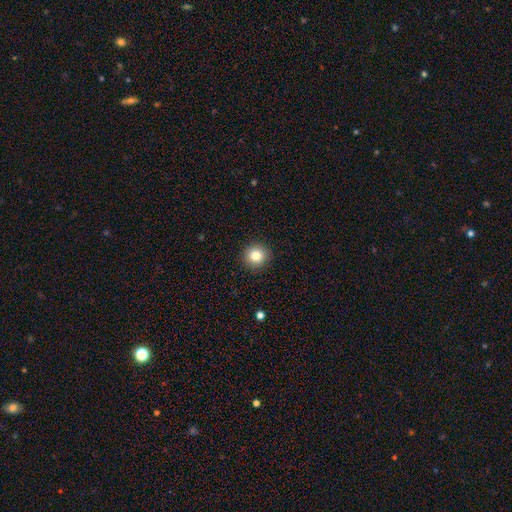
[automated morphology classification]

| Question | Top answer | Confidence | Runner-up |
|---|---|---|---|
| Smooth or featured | smooth | 84% | star or artifact (10%) |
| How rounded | round | 91% | in between (8%) |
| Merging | none | 92% | minor disturbance (5%) |